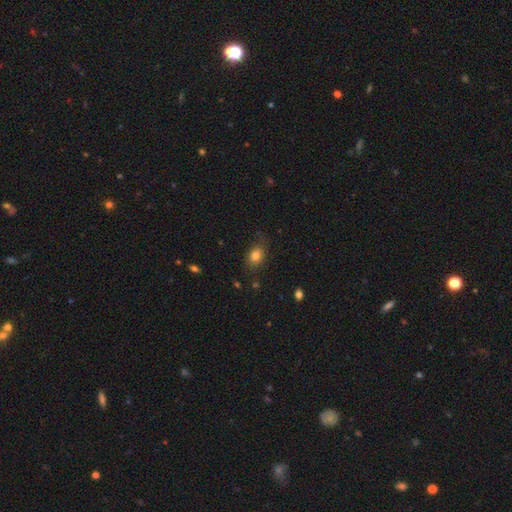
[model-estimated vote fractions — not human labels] smooth-or-featured: smooth: 81% | star or artifact: 10% | featured or disk: 9%
  how-rounded: in between: 67% | round: 31% | cigar-shaped: 2%
  merging: none: 75% | minor disturbance: 18% | major disturbance: 5% | merger: 2%